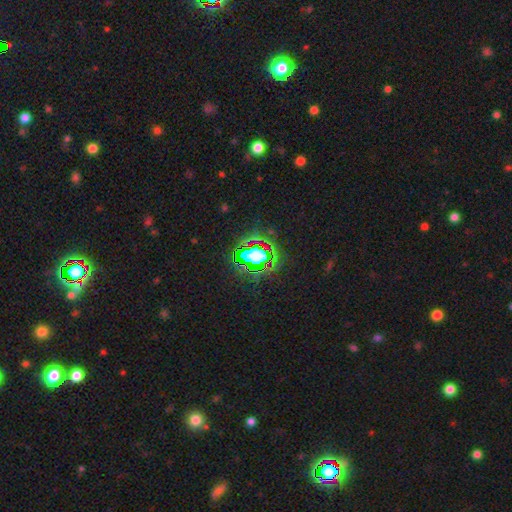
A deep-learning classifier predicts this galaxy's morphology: star or artifact 65%, smooth 21%, featured or disk 14%.